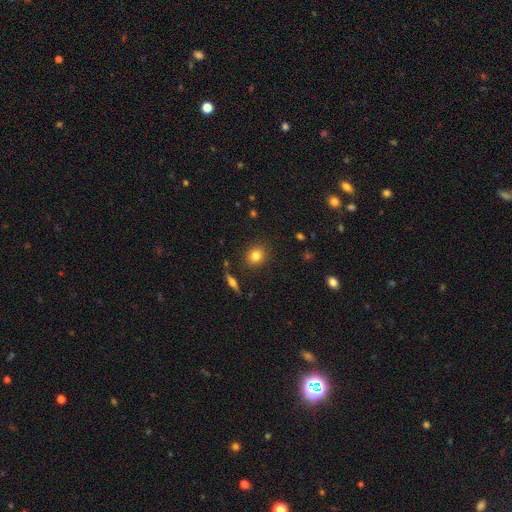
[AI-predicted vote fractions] Q: Smooth or featured?
A: smooth (81%); runner-up: star or artifact (10%)
Q: How rounded?
A: round (72%); runner-up: in between (26%)
Q: Merging?
A: none (87%); runner-up: minor disturbance (8%)